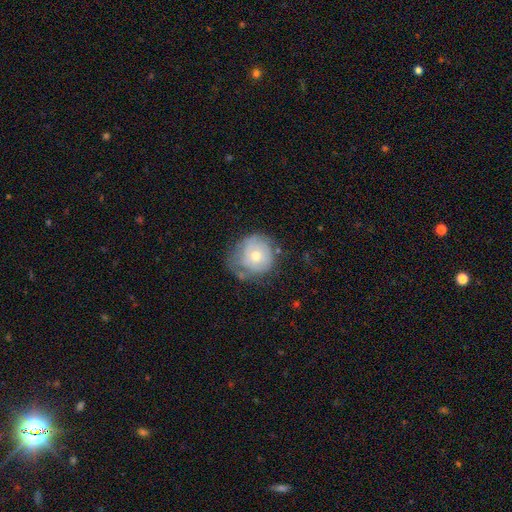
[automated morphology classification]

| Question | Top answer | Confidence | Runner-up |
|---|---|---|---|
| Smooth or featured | smooth | 49% | featured or disk (43%) |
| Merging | none | 49% | minor disturbance (32%) |